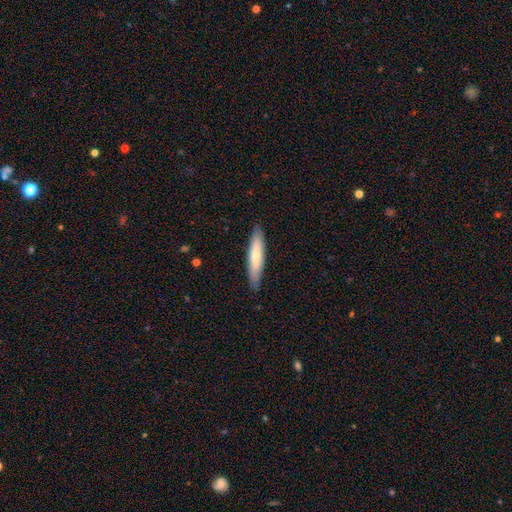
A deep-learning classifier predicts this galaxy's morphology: Smooth or featured? smooth (66%)
How rounded? cigar-shaped (85%)
Merging? none (88%)